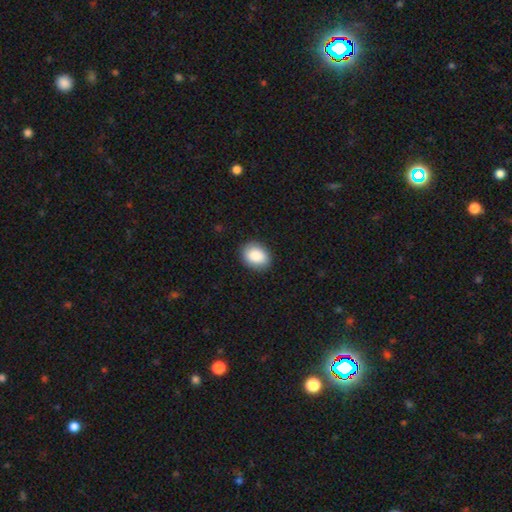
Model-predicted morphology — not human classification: Overall: smooth (88%). How rounded: in between (64%; round 35%). Merging: none (87%).